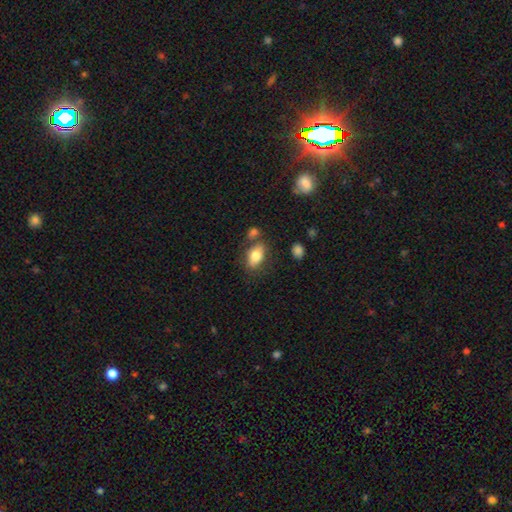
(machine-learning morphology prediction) Smooth or featured? smooth (78%)
How rounded? in between (87%)
Merging? none (67%)